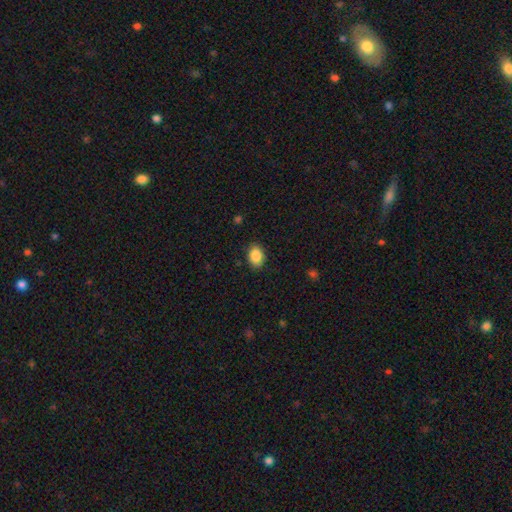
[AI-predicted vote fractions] Morphology: type=smooth (88%); roundness=in between (79%); merging=none (86%).